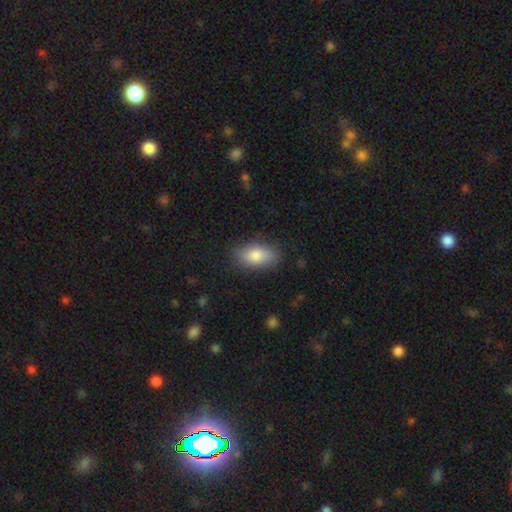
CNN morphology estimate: The model was most divided on "merging": none: 83%, minor disturbance: 13%, major disturbance: 3%, merger: 1%. More confident: how rounded — in between (90%); smooth or featured — smooth (82%).